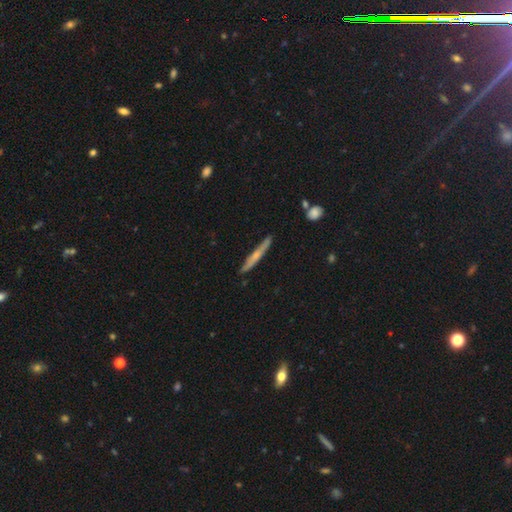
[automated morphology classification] Smooth or featured? smooth (48%)
Merging? none (85%)